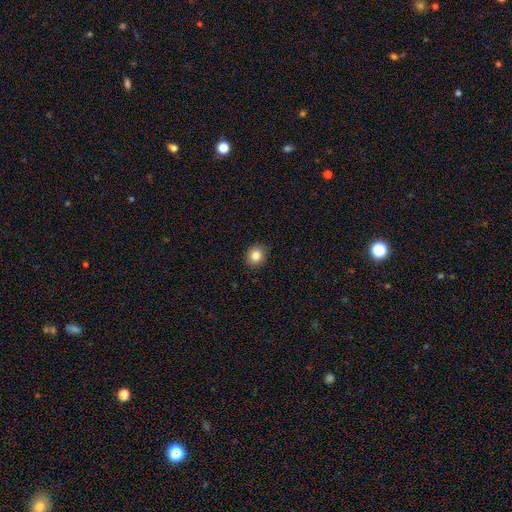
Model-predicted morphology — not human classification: smooth 83%, star or artifact 10%, featured or disk 6%. Down the decision tree: how rounded — round (78%); merging — none (89%).